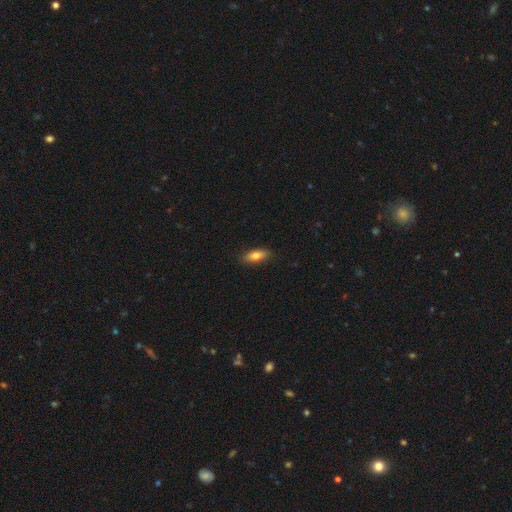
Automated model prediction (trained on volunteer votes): Smooth or featured: smooth — 77% (featured or disk — 16%)
How rounded: in between — 70% (cigar-shaped — 28%)
Merging: none — 87% (minor disturbance — 10%)